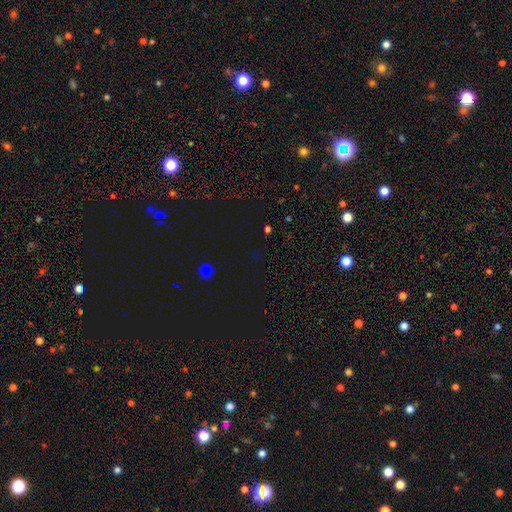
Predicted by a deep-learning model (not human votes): A star or artifact, not a galaxy (68%).